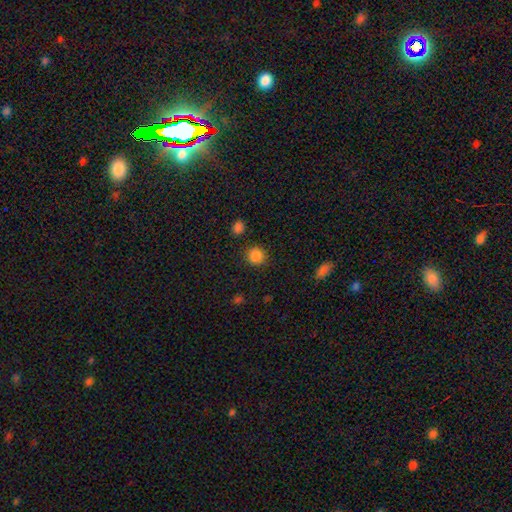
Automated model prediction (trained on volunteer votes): Q: Smooth or featured?
A: smooth (86%); runner-up: star or artifact (11%)
Q: How rounded?
A: round (91%); runner-up: in between (8%)
Q: Merging?
A: none (87%); runner-up: minor disturbance (8%)